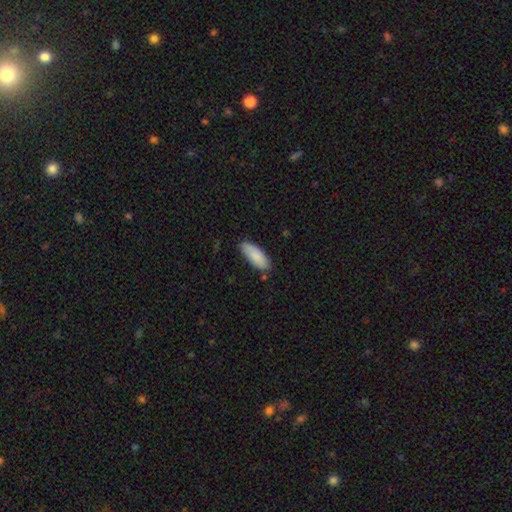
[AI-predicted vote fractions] A smooth galaxy with no disk features (88%) that is in between round and cigar-shaped (78%).

Vote fractions:
- Smooth or featured? smooth: 88% / featured or disk: 7% / star or artifact: 6%
- How rounded? in between: 78% / cigar-shaped: 21% / round: 2%
- Merging? none: 80% / minor disturbance: 15% / major disturbance: 2% / merger: 2%